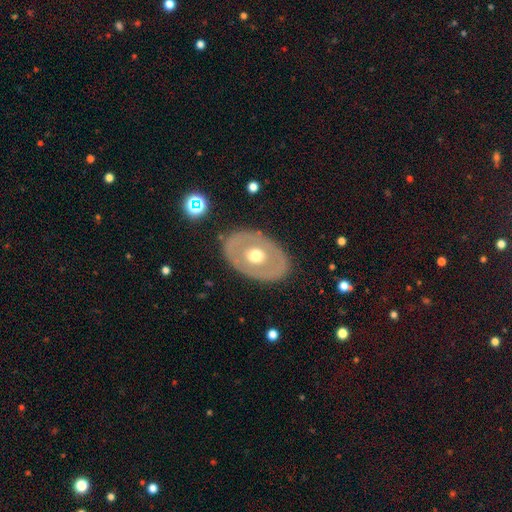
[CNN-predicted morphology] smooth-or-featured: featured or disk: 54% | smooth: 40% | star or artifact: 6%
  disk-edge-on: no: 89% | yes: 11%
  merging: none: 85% | minor disturbance: 10% | major disturbance: 4% | merger: 2%